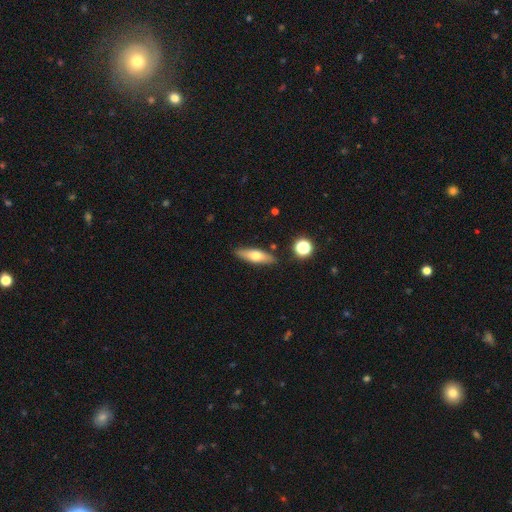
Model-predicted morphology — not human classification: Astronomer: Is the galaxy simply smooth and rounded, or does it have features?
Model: smooth — 59%.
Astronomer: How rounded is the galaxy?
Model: cigar-shaped — 52% (runner-up: in between, 44%).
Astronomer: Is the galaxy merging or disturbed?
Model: none — 86%.